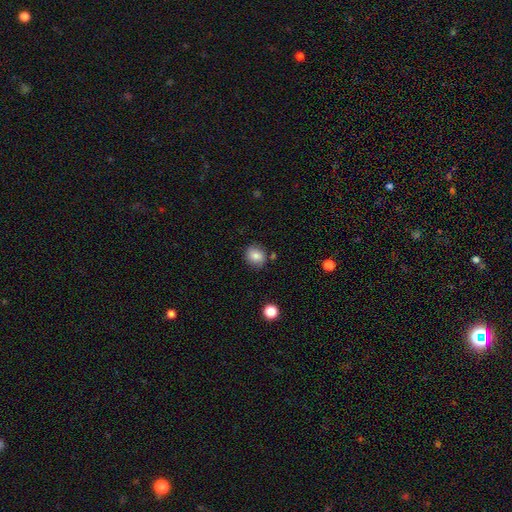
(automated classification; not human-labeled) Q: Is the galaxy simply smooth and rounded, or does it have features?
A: smooth — 80%.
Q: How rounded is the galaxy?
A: round — 77%.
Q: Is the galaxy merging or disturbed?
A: none — 79%.